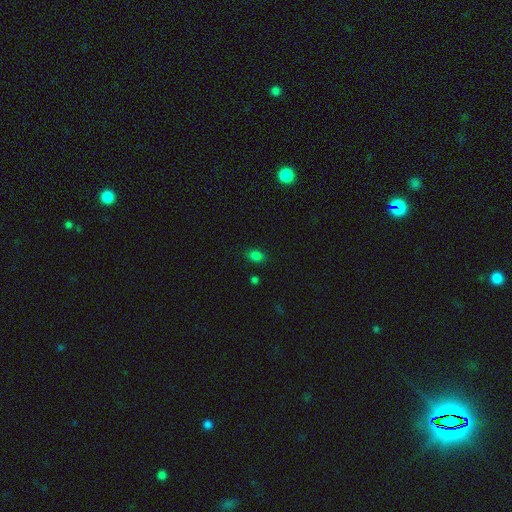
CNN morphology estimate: Smooth or featured? smooth (79%)
How rounded? in between (77%)
Merging? none (84%)